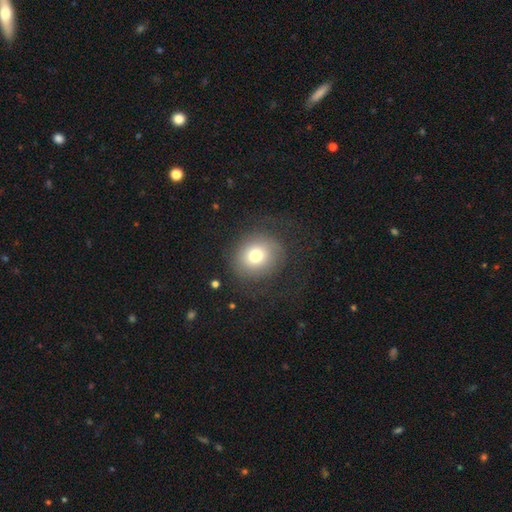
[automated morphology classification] The model was most divided on "smooth or featured": smooth: 70%, featured or disk: 18%, star or artifact: 11%. More confident: how rounded — round (84%); merging — none (71%).